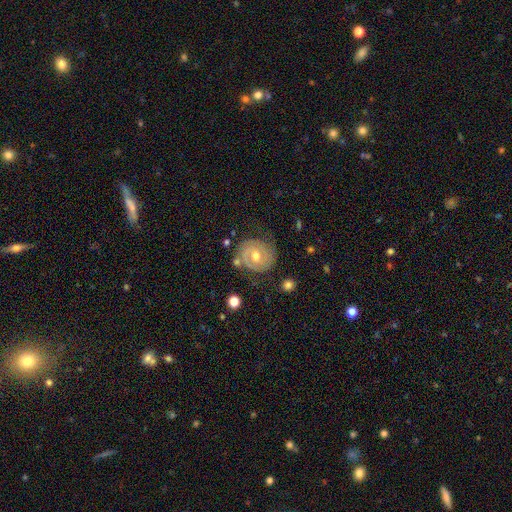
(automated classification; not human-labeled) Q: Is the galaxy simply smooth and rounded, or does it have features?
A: featured or disk — 74%.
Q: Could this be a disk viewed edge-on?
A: no — 97%.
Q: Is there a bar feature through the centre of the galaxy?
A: no — 56%.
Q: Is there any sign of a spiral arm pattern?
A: yes — 83%.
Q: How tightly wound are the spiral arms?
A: tight — 64%.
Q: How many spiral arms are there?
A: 2 — 74%.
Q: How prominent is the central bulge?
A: moderate — 75%.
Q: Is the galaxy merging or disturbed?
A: none — 72%.